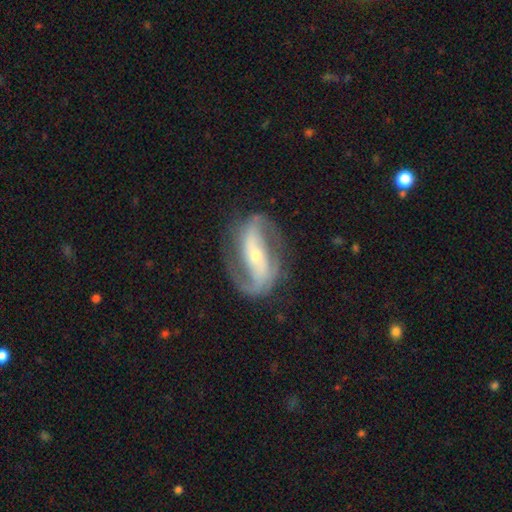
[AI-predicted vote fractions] This appears to be a featured or disk galaxy (88%) with a strong bar (51%), 2 (90%) medium (46%) spiral arms (95%) and a small central bulge (61%). Merging: none (77%).